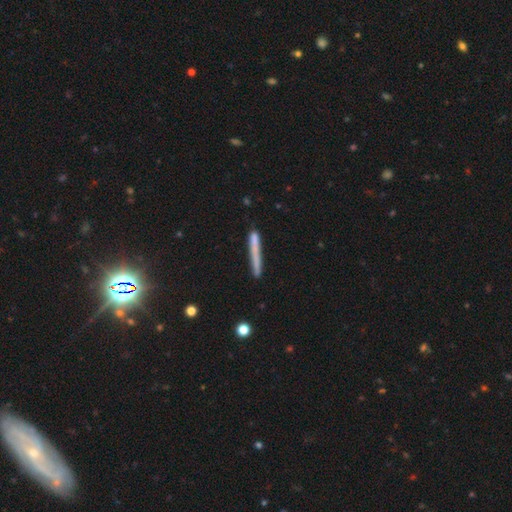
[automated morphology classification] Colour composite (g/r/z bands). It shows a smooth galaxy with no disk features (51%) that is cigar-shaped (94%). Merging: none (79%).